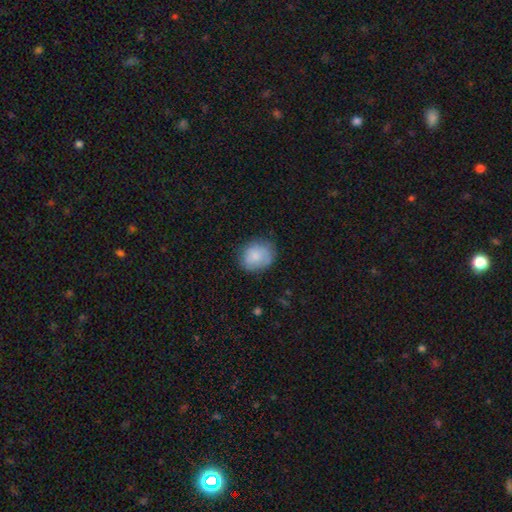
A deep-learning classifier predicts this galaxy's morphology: A smooth galaxy with no disk features (80%) that is round (62%). Merging: none (71%).